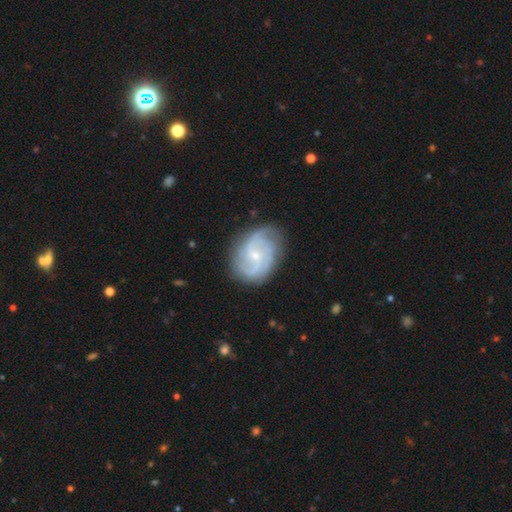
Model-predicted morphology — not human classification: Smooth or featured? featured or disk (83%)
Edge-on disk? no (98%)
Bar? weak (48%)
Spiral arms? yes (96%)
Spiral winding? medium (46%)
Spiral arm count? 2 (36%)
Bulge size? small (68%)
Merging? none (76%)